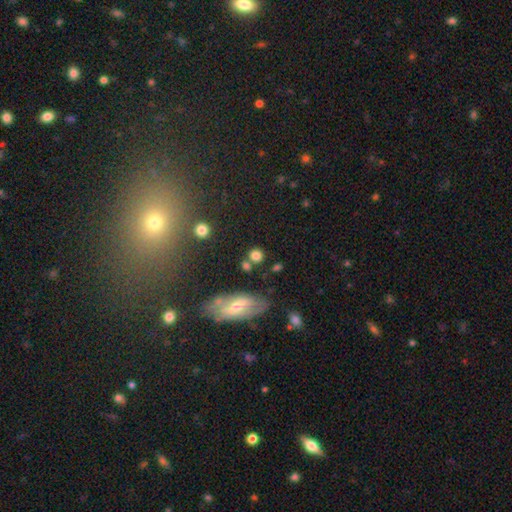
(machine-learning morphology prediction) A smooth galaxy with no disk features (76%) that is round (82%). Merging: none (68%).